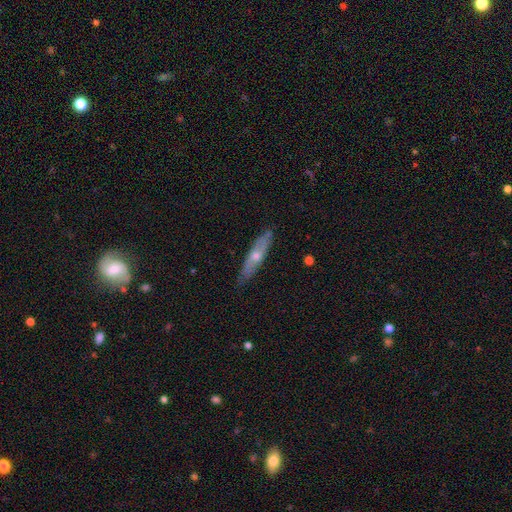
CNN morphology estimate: Smooth or featured: featured or disk — 53% (smooth — 41%)
Edge-on disk: yes — 73% (no — 27%)
Merging: none — 83% (minor disturbance — 13%)